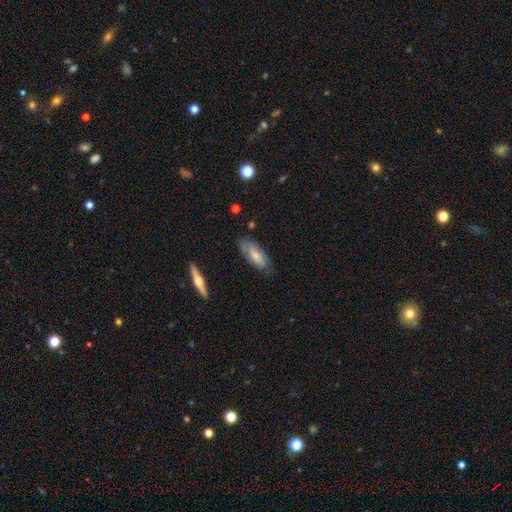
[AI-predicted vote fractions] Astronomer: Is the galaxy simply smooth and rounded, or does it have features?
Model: smooth — 57% (runner-up: featured or disk, 37%).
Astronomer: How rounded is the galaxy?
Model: in between — 78%.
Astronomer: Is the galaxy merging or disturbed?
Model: none — 68%.